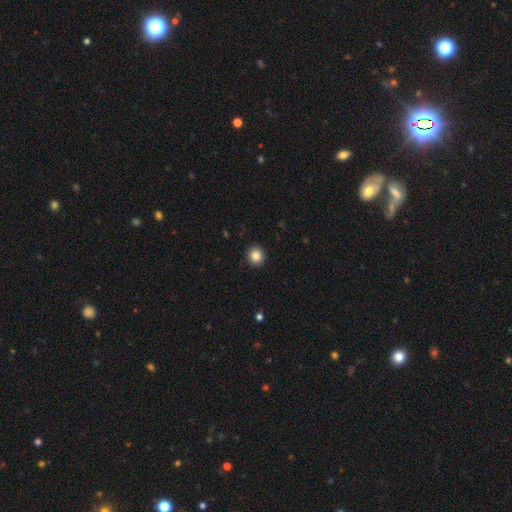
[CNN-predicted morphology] smooth_or_featured: smooth (p=0.84) [alt: star or artifact p=0.10]
how_rounded: round (p=0.92) [alt: in between p=0.07]
merging: none (p=0.93) [alt: minor disturbance p=0.05]